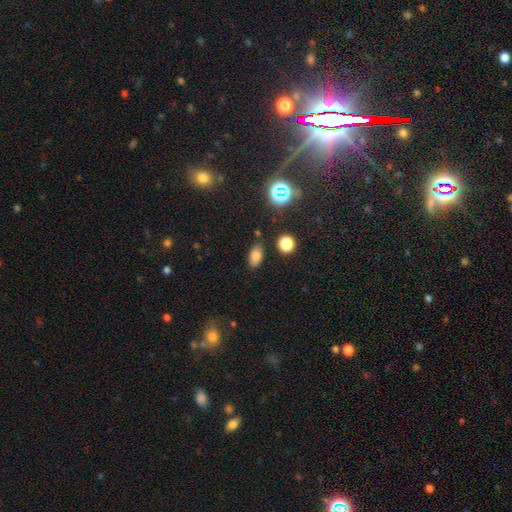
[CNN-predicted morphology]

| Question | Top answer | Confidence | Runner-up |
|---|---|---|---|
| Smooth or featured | smooth | 77% | star or artifact (15%) |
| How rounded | in between | 88% | round (8%) |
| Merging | none | 81% | minor disturbance (12%) |